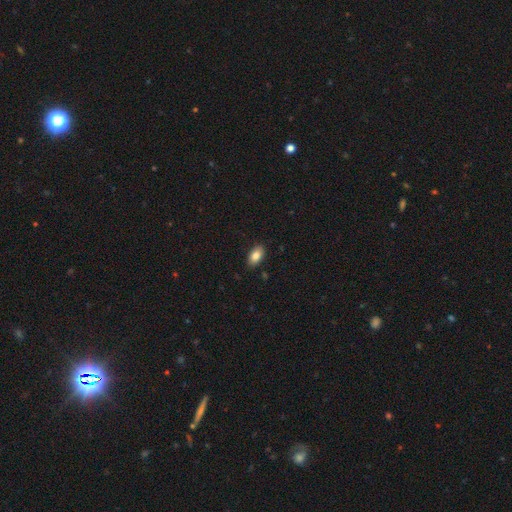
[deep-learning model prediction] A smooth galaxy with no disk features (84%) that is in between round and cigar-shaped (93%). Merging: none (88%).